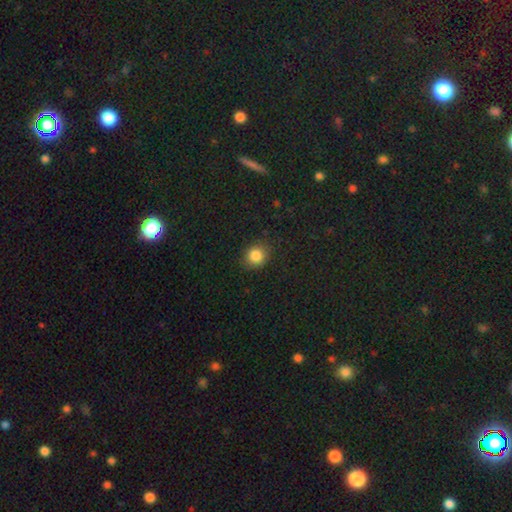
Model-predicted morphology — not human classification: type=smooth (85%); roundness=round (80%); merging=none (85%).